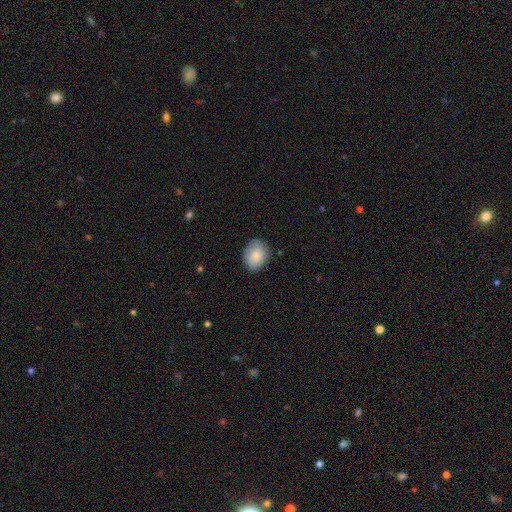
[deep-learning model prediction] Smooth or featured: smooth — 84% (featured or disk — 9%)
How rounded: in between — 56% (round — 43%)
Merging: none — 81% (minor disturbance — 15%)